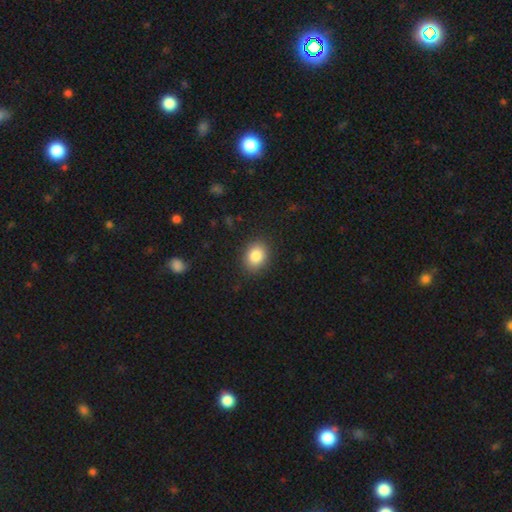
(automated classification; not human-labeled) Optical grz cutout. It shows a smooth galaxy with no disk features (85%) that is in between round and cigar-shaped (55%). Merging: none (88%).